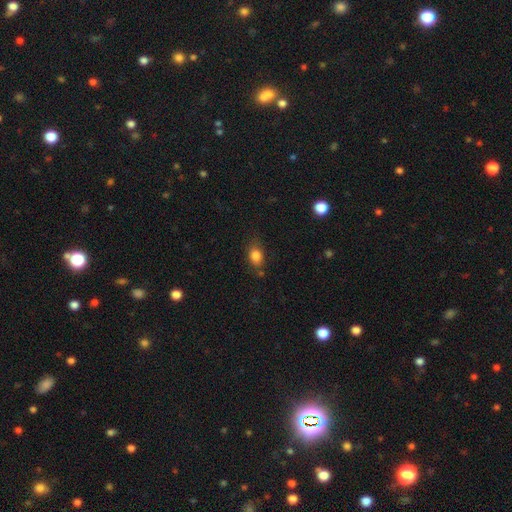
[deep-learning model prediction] Overall: smooth (84%). How rounded: in between (72%). Merging: none (68%).